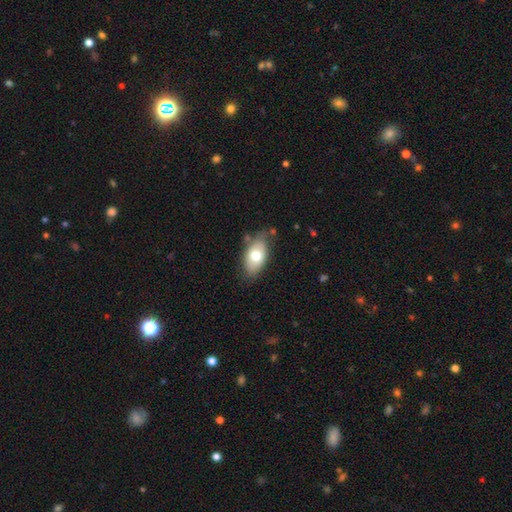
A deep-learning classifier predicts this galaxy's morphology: Overall: smooth (70%). How rounded: in between (91%). Merging: none (69%).